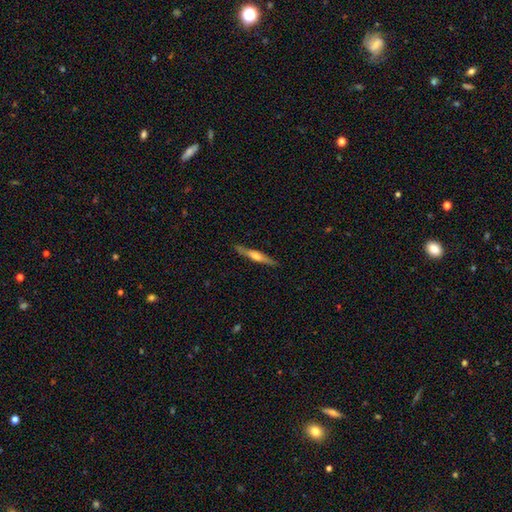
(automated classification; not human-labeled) This is likely a featured or disk galaxy (63%). It is clearly viewed edge-on (97%). Edge-on bulge: clearly rounded (81%). Merging: clearly none (88%).